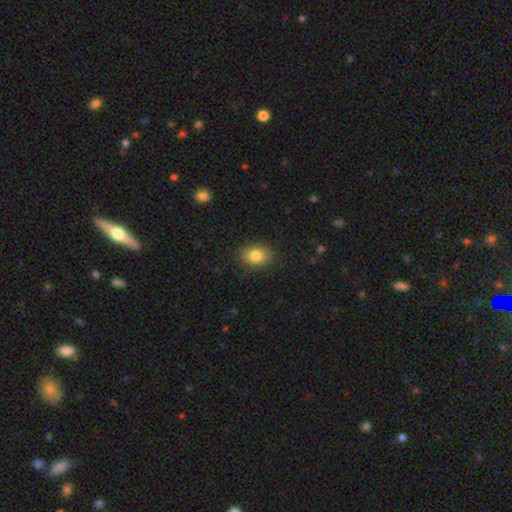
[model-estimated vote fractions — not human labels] Overall: smooth (83%). How rounded: in between (62%; round 37%). Merging: none (88%).